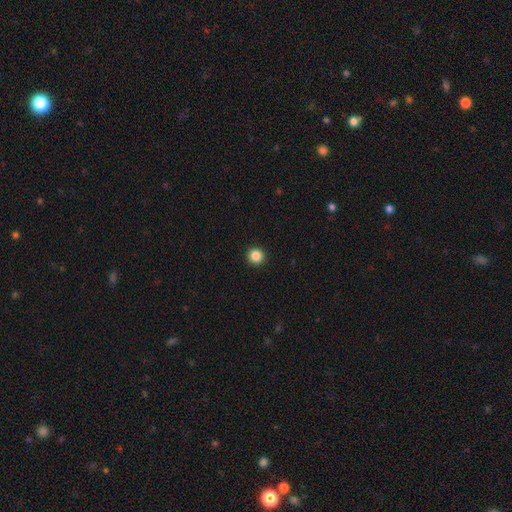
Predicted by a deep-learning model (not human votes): Smooth or featured?
  - smooth: 87% *
  - star or artifact: 10%
  - featured or disk: 3%
How rounded?
  - round: 94% *
  - in between: 5%
  - cigar-shaped: 1%
Merging?
  - none: 93% *
  - minor disturbance: 4%
  - major disturbance: 1%
  - merger: 1%